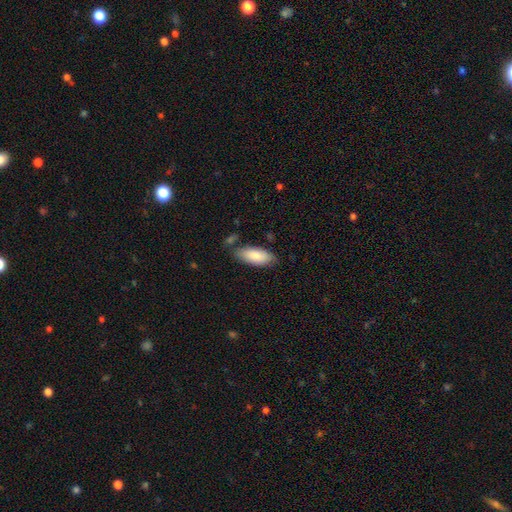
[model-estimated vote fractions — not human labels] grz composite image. It shows a smooth galaxy with no disk features (87%) that is in between round and cigar-shaped (83%). Merging: none (74%).